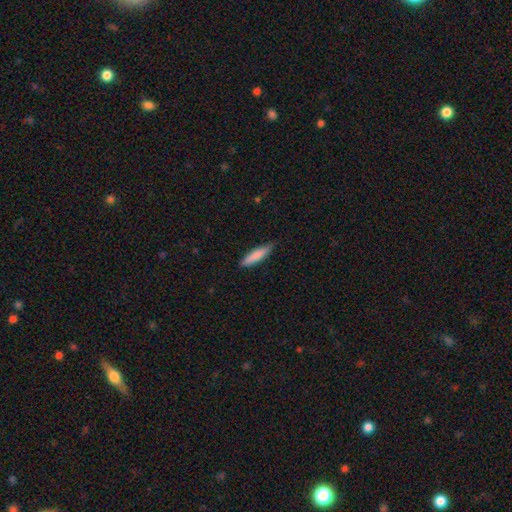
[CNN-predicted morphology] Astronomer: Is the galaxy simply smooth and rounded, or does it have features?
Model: smooth — 83%.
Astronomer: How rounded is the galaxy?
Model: cigar-shaped — 80%.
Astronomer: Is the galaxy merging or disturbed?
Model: none — 83%.